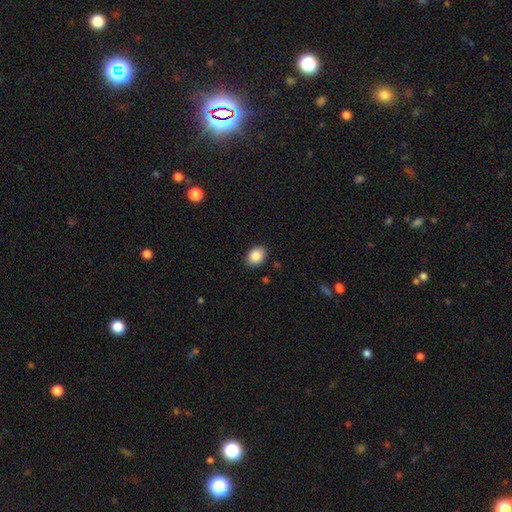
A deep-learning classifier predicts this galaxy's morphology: A smooth galaxy with no disk features (88%) that is in between round and cigar-shaped (67%). Merging: none (88%).